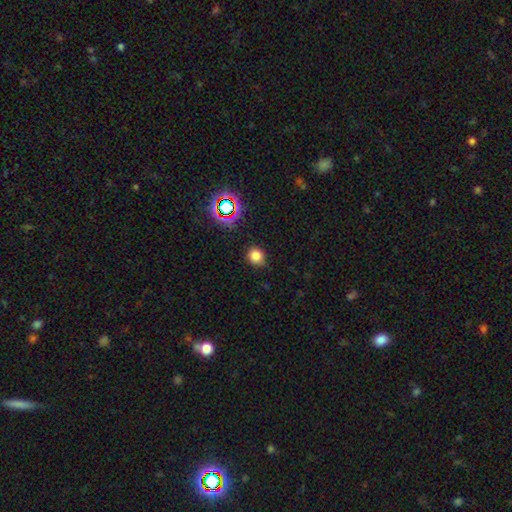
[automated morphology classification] smooth-or-featured: smooth: 77% | star or artifact: 17% | featured or disk: 6%
  how-rounded: round: 83% | in between: 16% | cigar-shaped: 1%
  merging: none: 81% | minor disturbance: 14% | major disturbance: 3% | merger: 2%